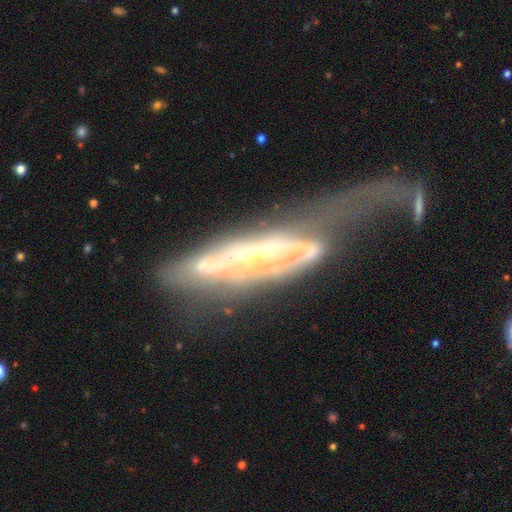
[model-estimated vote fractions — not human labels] The model was most divided on "spiral arms": yes: 59%, no: 41%. More confident: smooth or featured — featured or disk (75%); edge-on disk — no (70%); bar — no (61%); bulge size — small (59%); merging — major disturbance (52%).